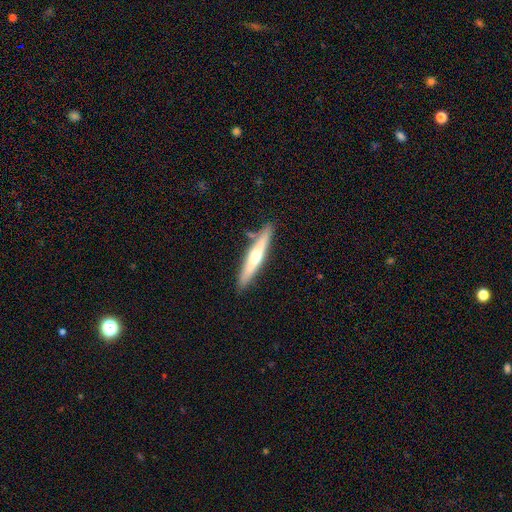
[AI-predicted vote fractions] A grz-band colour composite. It shows a featured or disk galaxy (55%) viewed edge-on (94%) with a rounded central bulge (84%). Merging: none (85%).